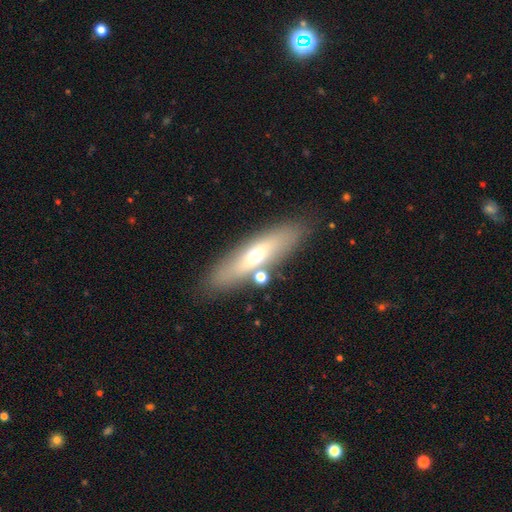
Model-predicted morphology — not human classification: smooth-or-featured: smooth: 48% | featured or disk: 43% | star or artifact: 8%
  merging: none: 78% | minor disturbance: 11% | merger: 8% | major disturbance: 4%